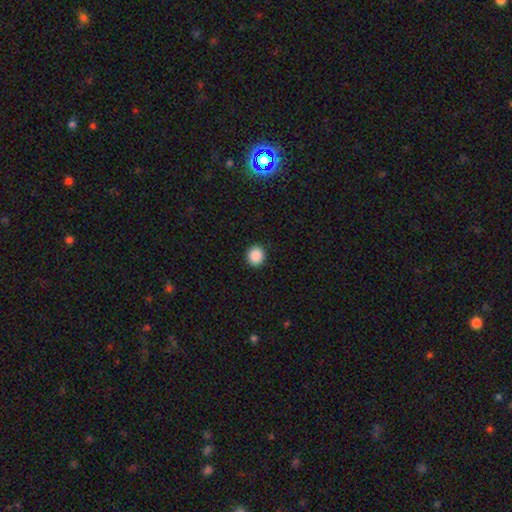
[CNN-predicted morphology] A smooth galaxy with no disk features (88%) that is round (87%).

Vote fractions:
- Smooth or featured? smooth: 88% / star or artifact: 9% / featured or disk: 3%
- How rounded? round: 87% / in between: 12% / cigar-shaped: 1%
- Merging? none: 92% / minor disturbance: 5% / major disturbance: 2% / merger: 1%